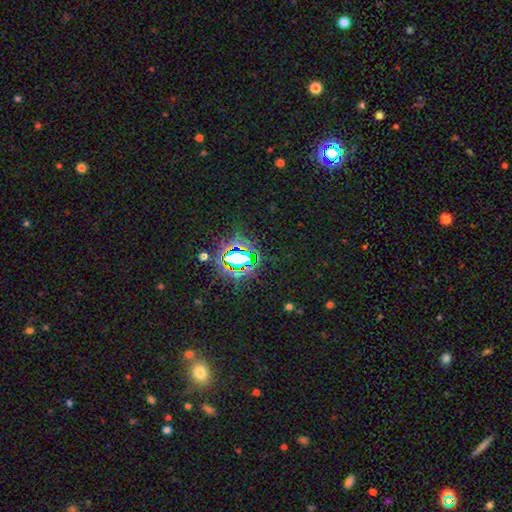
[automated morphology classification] Smooth or featured: star or artifact — 79% (smooth — 13%)